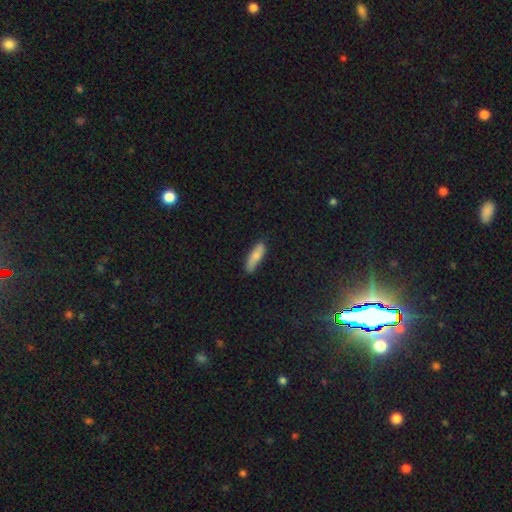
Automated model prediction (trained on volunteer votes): Overall: smooth (80%). How rounded: cigar-shaped (59%; in between 39%). Merging: none (76%).